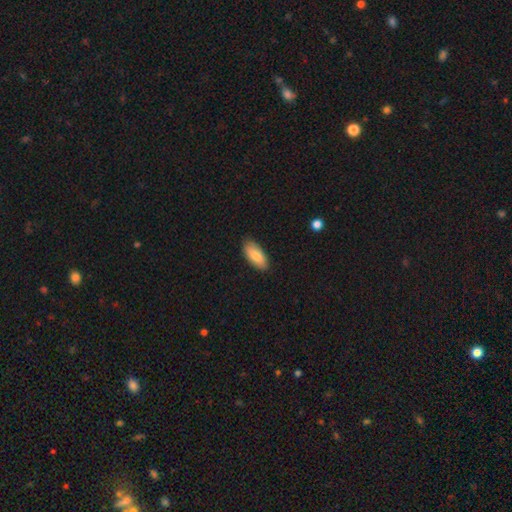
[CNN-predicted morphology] This appears to be a smooth galaxy with no disk features (83%) that is in between round and cigar-shaped (86%). Merging: none (87%).